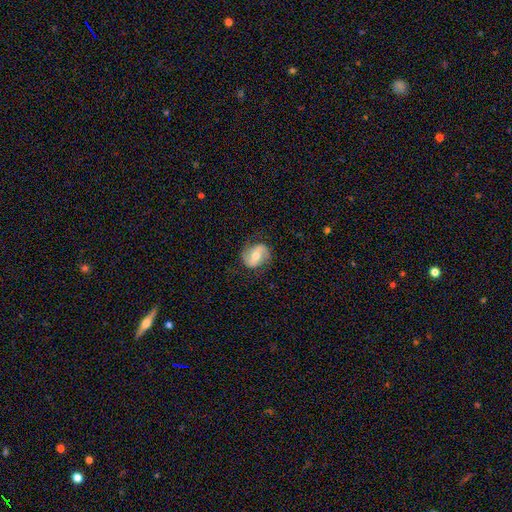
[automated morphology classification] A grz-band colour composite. It shows a featured or disk galaxy (69%) with a weak bar (39%), 2 (90%) medium (42%) spiral arms (89%) and a moderate central bulge (65%). Merging: none (79%).